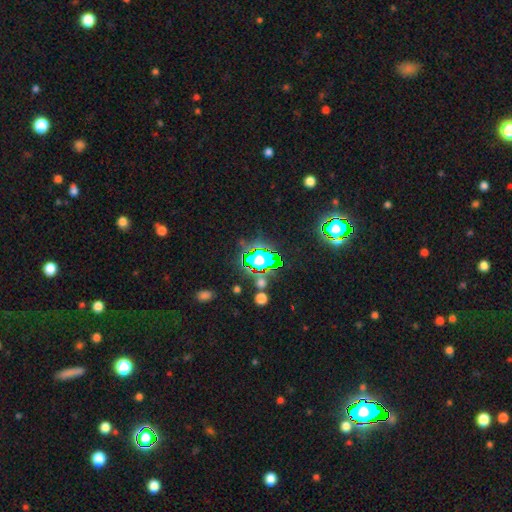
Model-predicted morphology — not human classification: Q: Smooth or featured?
A: star or artifact (67%); runner-up: smooth (23%)